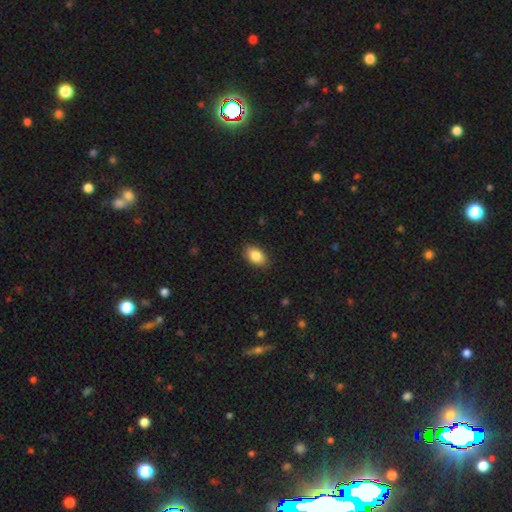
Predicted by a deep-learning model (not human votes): This is clearly a smooth galaxy (86%). How rounded: clearly in between (88%). Merging: clearly none (87%).